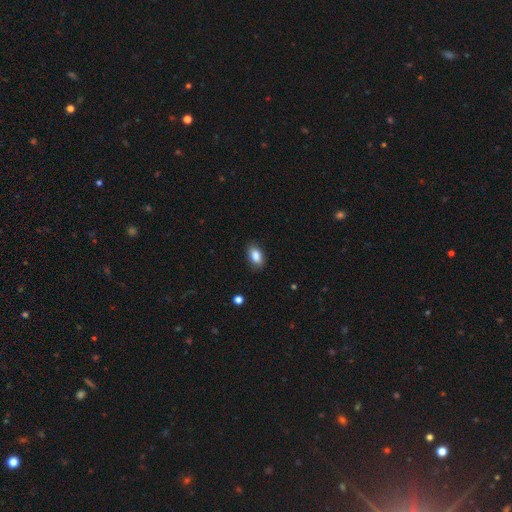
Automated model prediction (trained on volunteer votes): smooth 86%, star or artifact 8%, featured or disk 6%. Down the decision tree: how rounded — in between (90%); merging — none (86%).